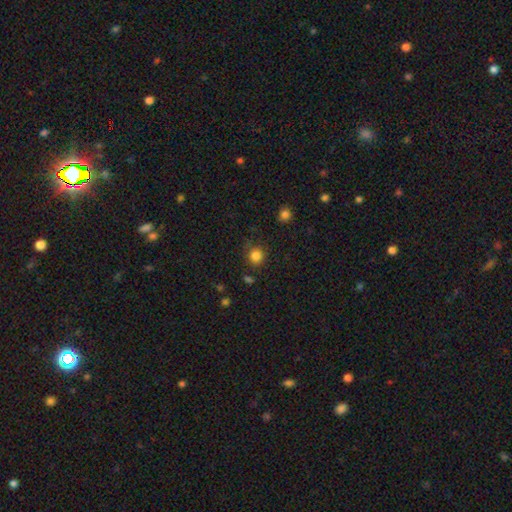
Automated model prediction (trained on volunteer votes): smooth_or_featured: smooth (p=0.83) [alt: star or artifact p=0.12]
how_rounded: round (p=0.89) [alt: in between p=0.10]
merging: none (p=0.81) [alt: minor disturbance p=0.12]